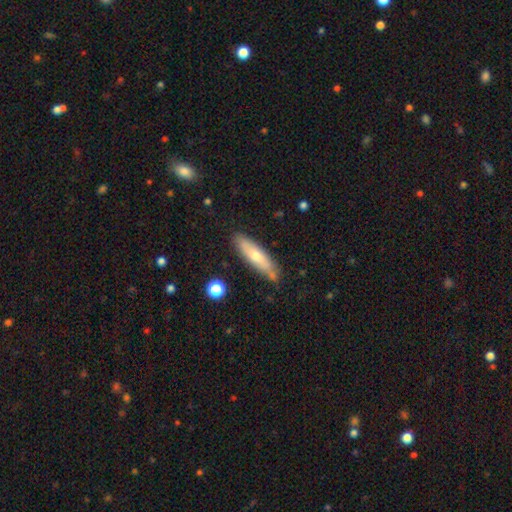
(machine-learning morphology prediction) Overall: smooth (60%; featured or disk 33%). How rounded: cigar-shaped (69%; in between 29%). Merging: none (79%).